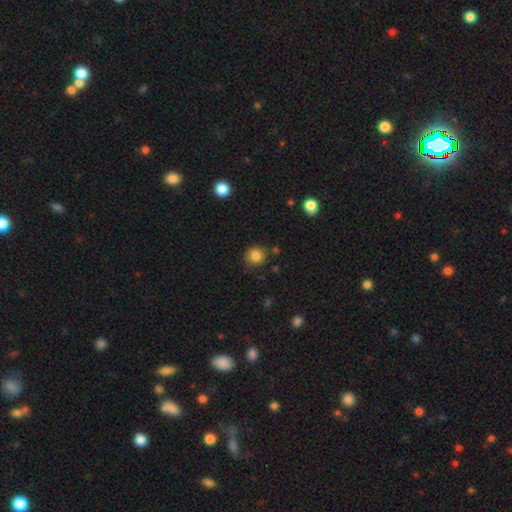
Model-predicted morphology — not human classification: This is clearly a smooth galaxy (84%). How rounded: clearly round (89%). Merging: clearly none (83%).